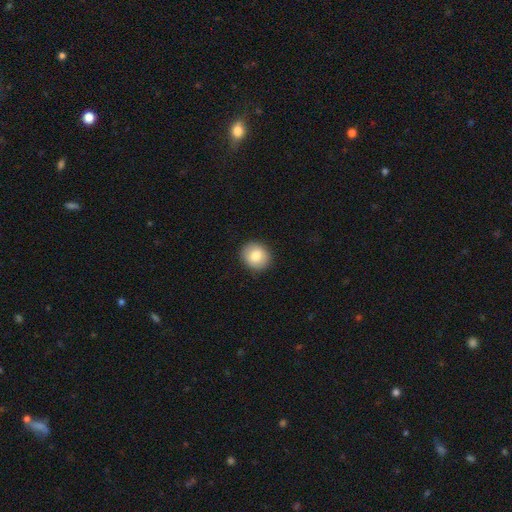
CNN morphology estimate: smooth 81%, featured or disk 11%, star or artifact 8%. Down the decision tree: how rounded — round (82%); merging — none (90%).